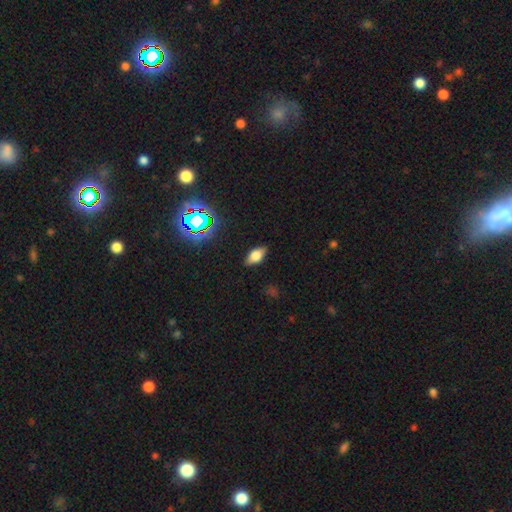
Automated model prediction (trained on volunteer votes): Q: Smooth or featured?
A: smooth (65%); runner-up: featured or disk (21%)
Q: How rounded?
A: in between (86%); runner-up: cigar-shaped (8%)
Q: Merging?
A: none (85%); runner-up: minor disturbance (11%)